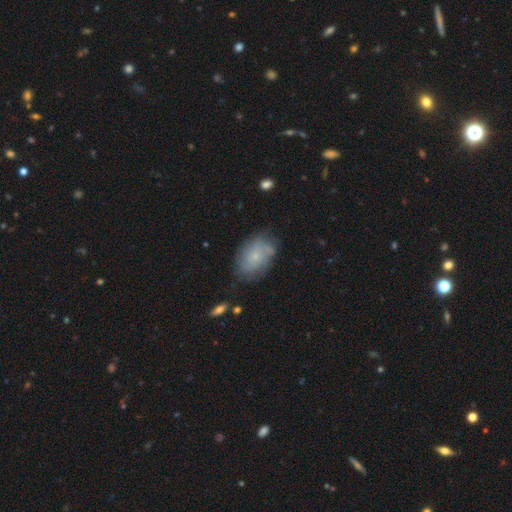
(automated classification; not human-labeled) A featured or disk galaxy (48%).

Vote fractions:
- Smooth or featured? featured or disk: 48% / smooth: 44% / star or artifact: 8%
- Merging? none: 65% / minor disturbance: 24% / major disturbance: 8% / merger: 3%